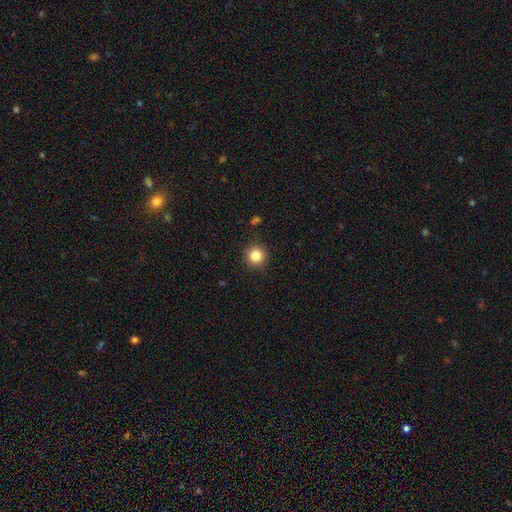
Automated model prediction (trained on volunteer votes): Smooth or featured? smooth (85%)
How rounded? round (94%)
Merging? none (91%)